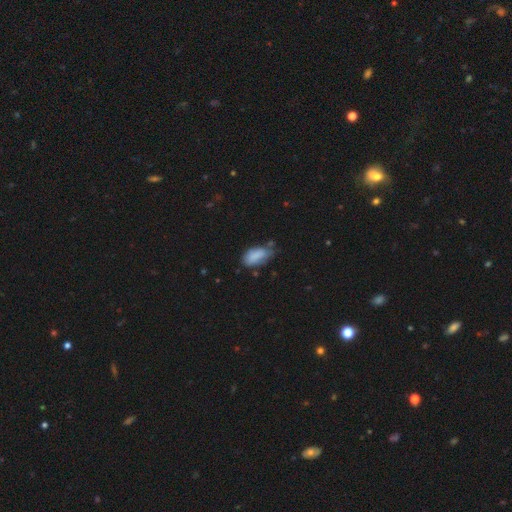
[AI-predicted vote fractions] smooth 82%, featured or disk 10%, star or artifact 8%. Down the decision tree: how rounded — in between (90%); merging — none (48%).